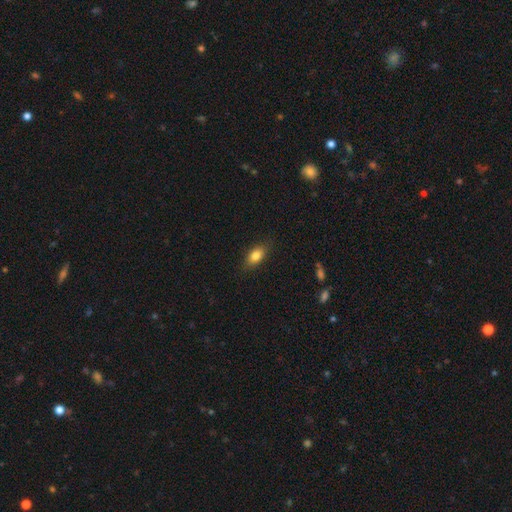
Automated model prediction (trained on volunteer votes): This is clearly a smooth galaxy (82%). How rounded: clearly in between (85%). Merging: clearly none (84%).